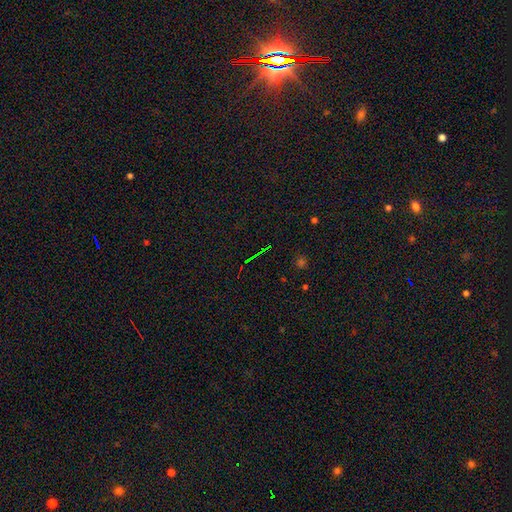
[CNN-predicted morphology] This is likely a star or artifact rather than a galaxy (75%).